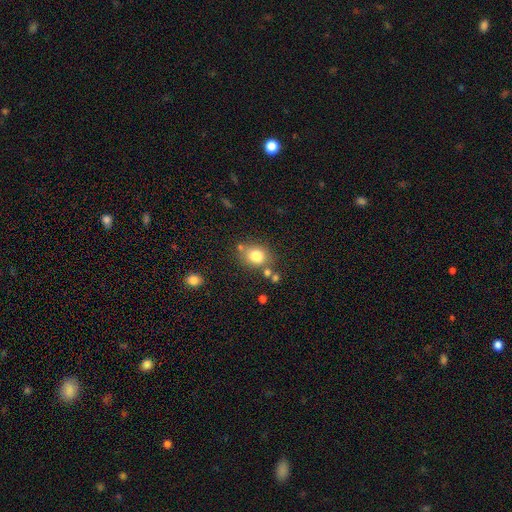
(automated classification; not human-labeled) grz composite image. It shows a smooth galaxy with no disk features (79%) that is round (57%). Merging: none (68%).